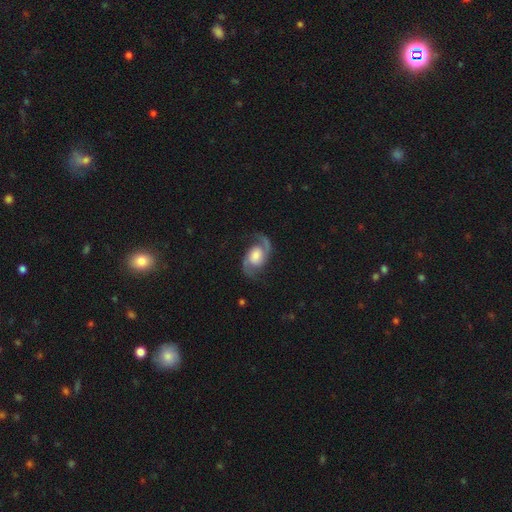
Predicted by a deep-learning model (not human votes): Smooth or featured?
  - featured or disk: 90% *
  - smooth: 6%
  - star or artifact: 4%
Edge-on disk?
  - no: 98% *
  - yes: 2%
Bar?
  - no: 62% *
  - weak: 30%
  - strong: 8%
Spiral arms?
  - yes: 97% *
  - no: 3%
Spiral winding?
  - medium: 52% *
  - loose: 35%
  - tight: 14%
Spiral arm count?
  - 2: 94% *
  - 1: 2%
  - can't tell: 1%
  - 3: 1%
  - 4: 1%
  - more than 4: 1%
Bulge size?
  - large: 43% *
  - moderate: 31%
  - small: 12%
  - none: 8%
  - dominant: 6%
Merging?
  - none: 79% *
  - minor disturbance: 13%
  - major disturbance: 6%
  - merger: 1%